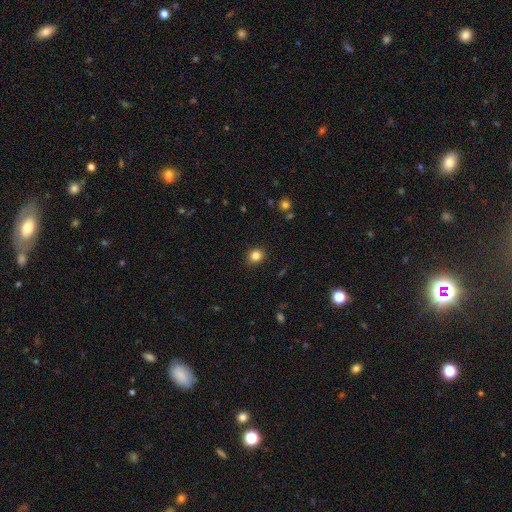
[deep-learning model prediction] A smooth galaxy with no disk features (84%) that is round (67%). Merging: none (88%).